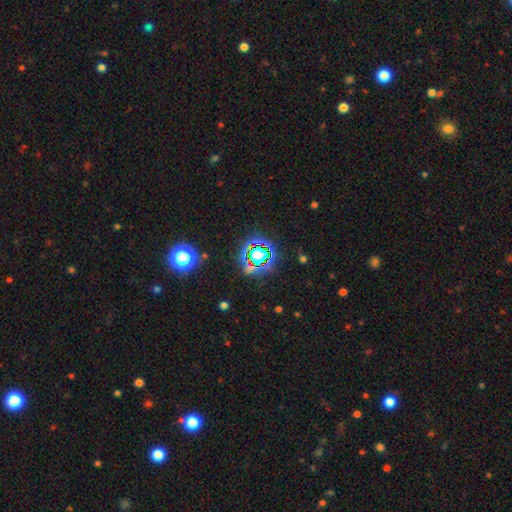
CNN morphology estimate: This is likely a star or artifact rather than a galaxy (68%).